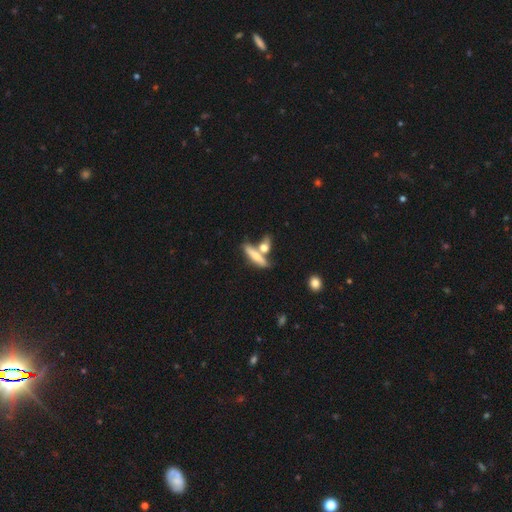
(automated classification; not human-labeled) smooth 63%, featured or disk 29%, star or artifact 8%. Down the decision tree: how rounded — cigar-shaped (67%); merging — none (46%).